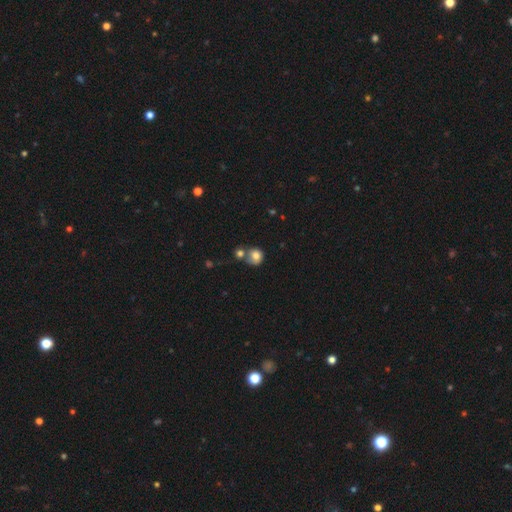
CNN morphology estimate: Overall: smooth (79%). How rounded: round (85%). Merging: none (48%; merger 35%).